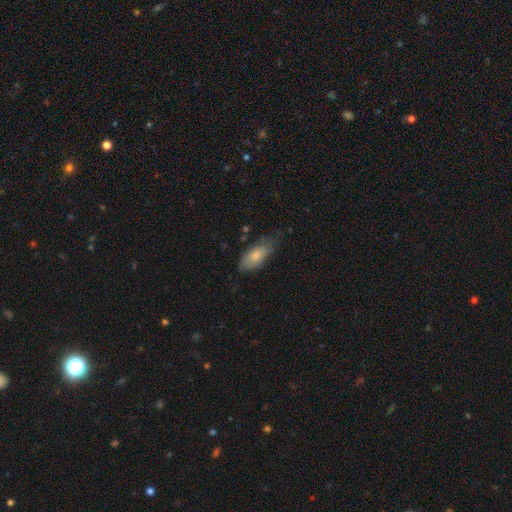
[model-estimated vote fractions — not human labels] Smooth or featured? Predicted: smooth (p=0.75). How rounded? Predicted: in between (p=0.86). Merging? Predicted: none (p=0.53).